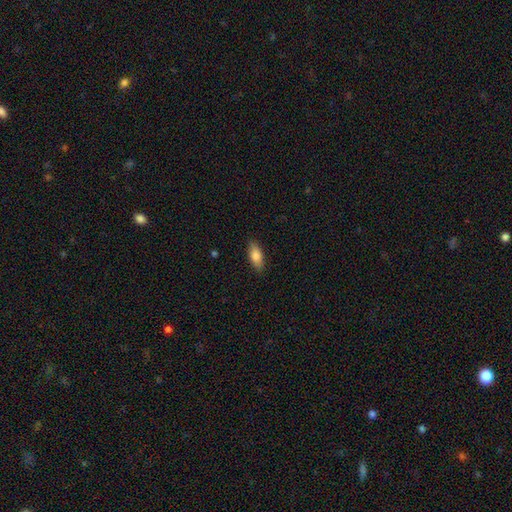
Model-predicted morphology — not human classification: This appears to be a smooth galaxy with no disk features (81%) that is in between round and cigar-shaped (80%). Merging: none (87%).